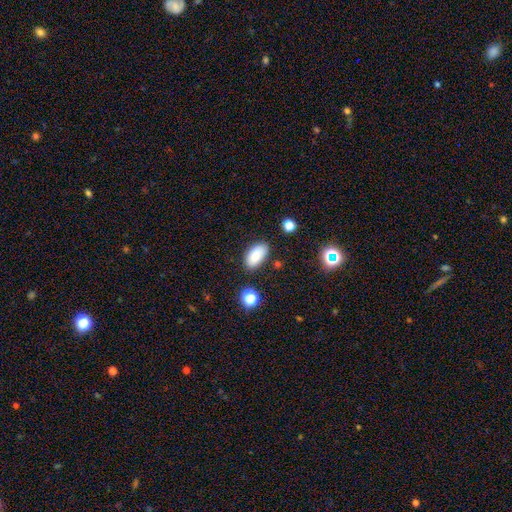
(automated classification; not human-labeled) A smooth galaxy with no disk features (84%) that is in between round and cigar-shaped (93%). Merging: none (80%).